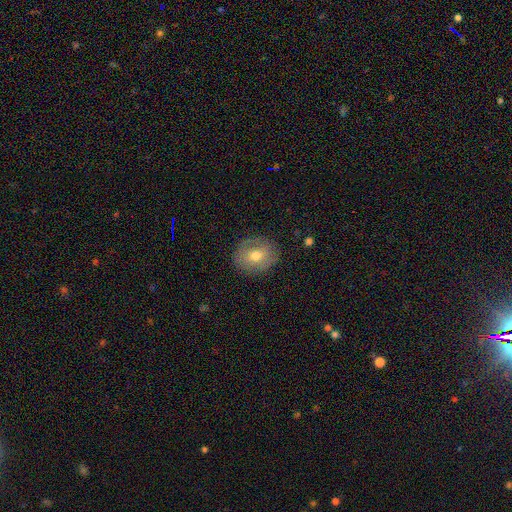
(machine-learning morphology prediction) A smooth galaxy with no disk features (60%) that is round (64%). Merging: none (83%).